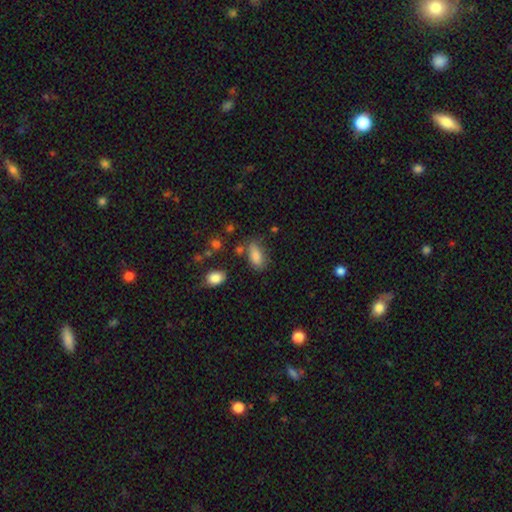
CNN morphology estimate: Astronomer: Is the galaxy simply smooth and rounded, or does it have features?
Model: smooth — 83%.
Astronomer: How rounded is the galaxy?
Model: in between — 87%.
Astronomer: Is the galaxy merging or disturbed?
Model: none — 65%.